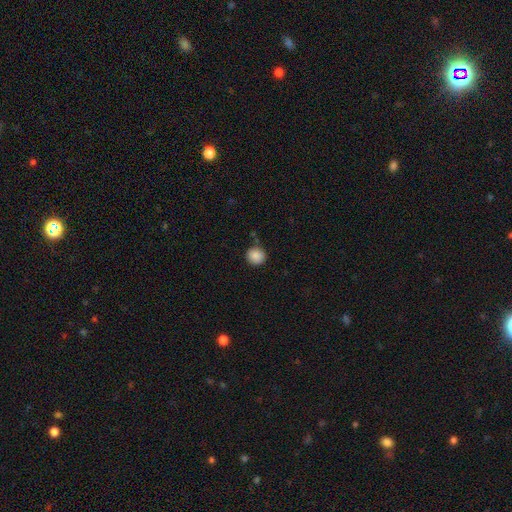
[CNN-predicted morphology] smooth_or_featured: smooth (p=0.88) [alt: star or artifact p=0.09]
how_rounded: round (p=0.91) [alt: in between p=0.08]
merging: none (p=0.86) [alt: minor disturbance p=0.09]